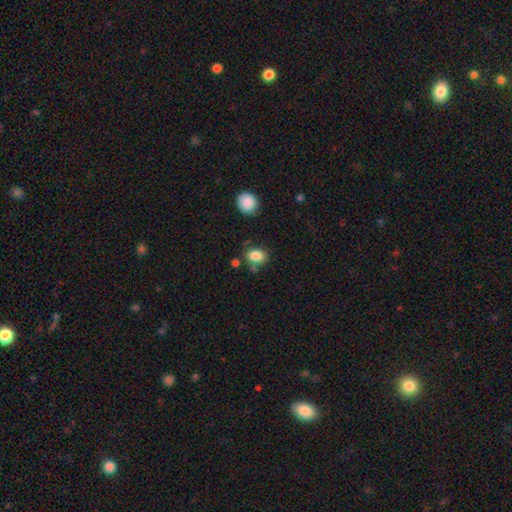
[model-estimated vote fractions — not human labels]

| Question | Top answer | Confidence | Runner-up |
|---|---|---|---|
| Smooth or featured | smooth | 84% | star or artifact (10%) |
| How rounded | in between | 67% | round (32%) |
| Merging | none | 71% | minor disturbance (16%) |